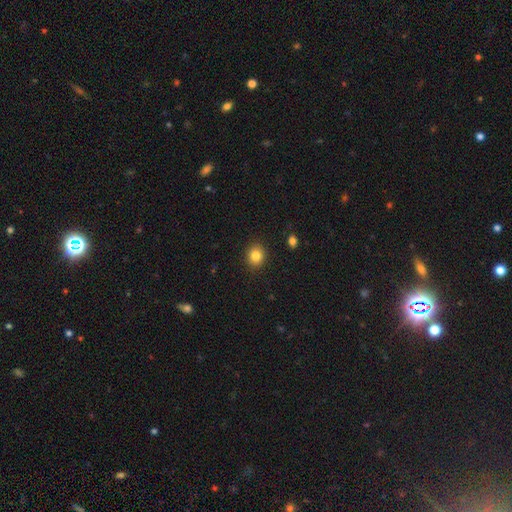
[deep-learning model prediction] Smooth or featured? smooth (84%)
How rounded? round (77%)
Merging? none (91%)